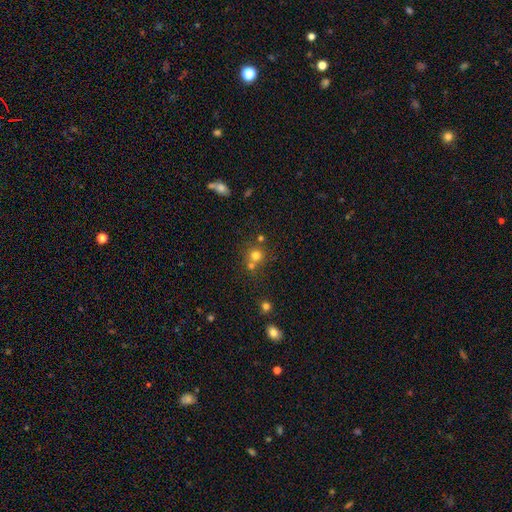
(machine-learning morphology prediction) This is likely a smooth galaxy (73%). How rounded: clearly round (89%). Merging: possibly none (57%).